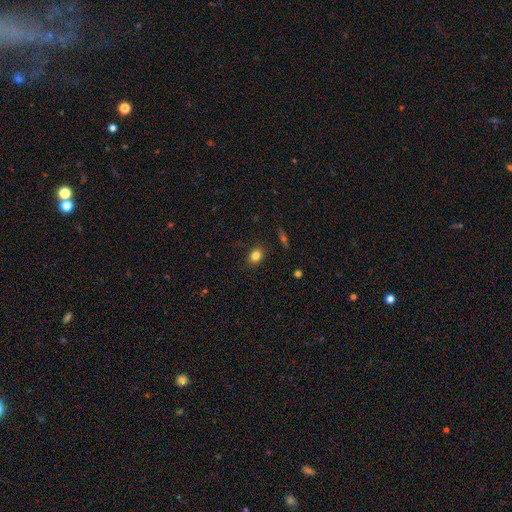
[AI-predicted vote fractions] A smooth galaxy with no disk features (82%) that is in between round and cigar-shaped (57%). Merging: none (87%).